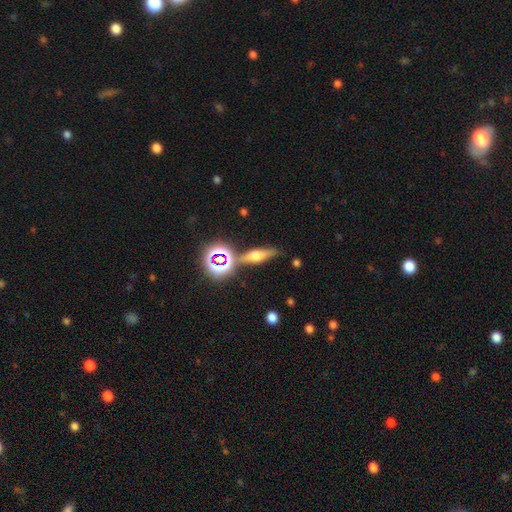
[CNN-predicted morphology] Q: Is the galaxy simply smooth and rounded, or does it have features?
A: featured or disk — 45%.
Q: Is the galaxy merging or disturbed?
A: none — 77%.